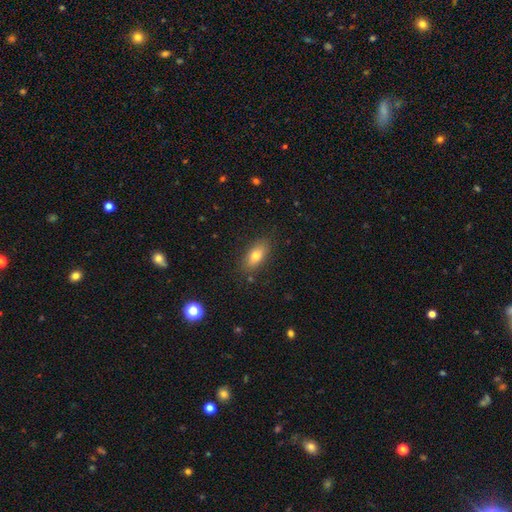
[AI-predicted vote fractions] smooth_or_featured: smooth (p=0.76) [alt: featured or disk p=0.15]
how_rounded: in between (p=0.85) [alt: cigar-shaped p=0.10]
merging: none (p=0.84) [alt: minor disturbance p=0.12]